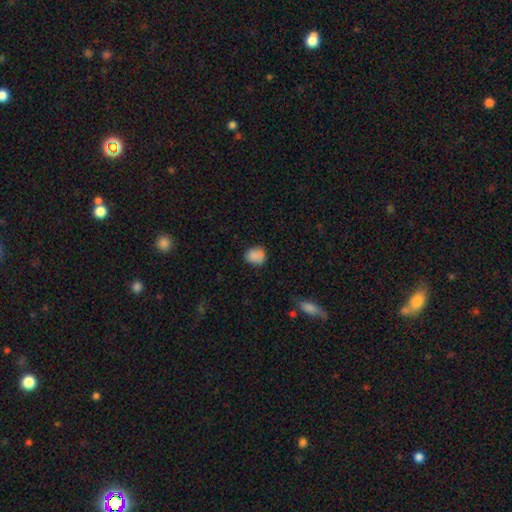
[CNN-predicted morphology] A smooth galaxy with no disk features (85%) that is round (67%).

Vote fractions:
- Smooth or featured? smooth: 85% / star or artifact: 9% / featured or disk: 6%
- How rounded? round: 67% / in between: 32% / cigar-shaped: 1%
- Merging? none: 73% / minor disturbance: 20% / major disturbance: 4% / merger: 4%